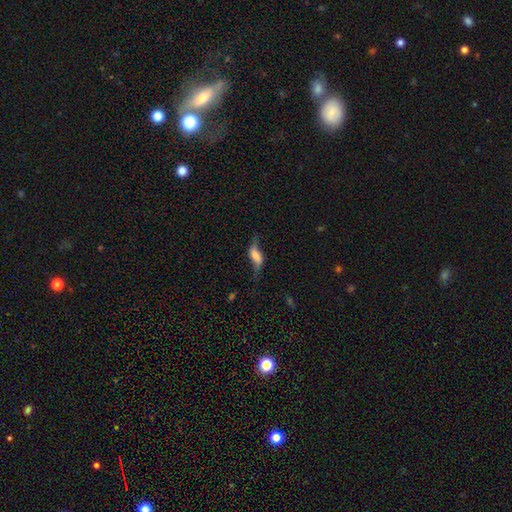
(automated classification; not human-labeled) smooth_or_featured: featured or disk (p=0.60) [alt: smooth p=0.31]
disk_edge_on: no (p=0.78) [alt: yes p=0.22]
merging: none (p=0.58) [alt: minor disturbance p=0.22]